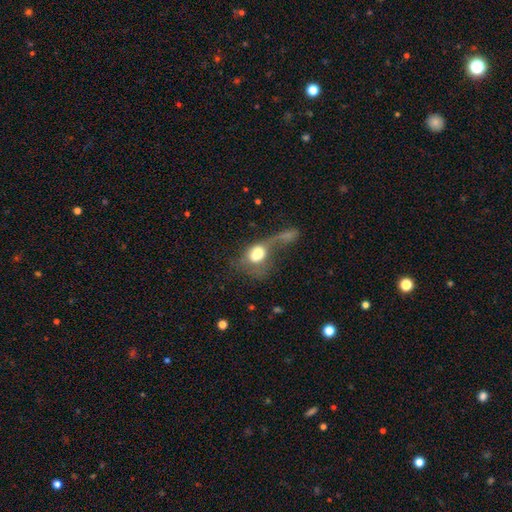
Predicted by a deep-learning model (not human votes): The model was most divided on "merging": major disturbance: 48%, merger: 28%, none: 13%, minor disturbance: 11%. More confident: how rounded — in between (68%); smooth or featured — smooth (62%).